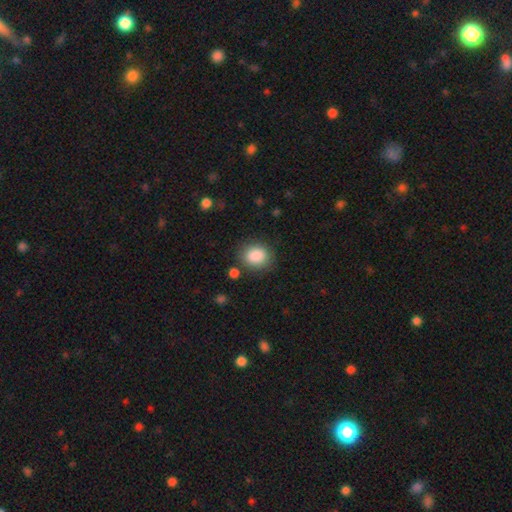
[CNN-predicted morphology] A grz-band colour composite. It shows a smooth galaxy with no disk features (88%) that is round (66%). Merging: none (80%).